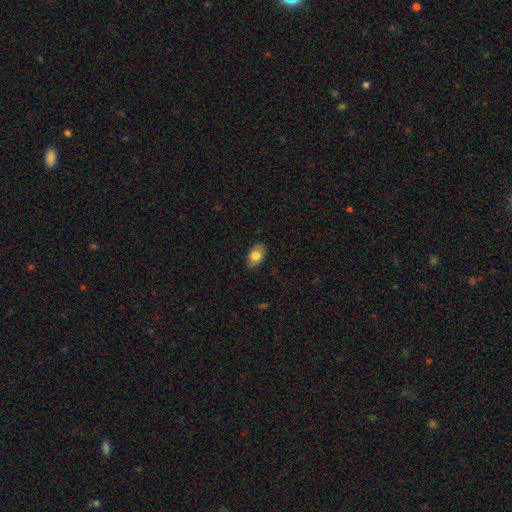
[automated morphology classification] Smooth or featured? Predicted: smooth (p=0.80). How rounded? Predicted: in between (p=0.90). Merging? Predicted: none (p=0.83).